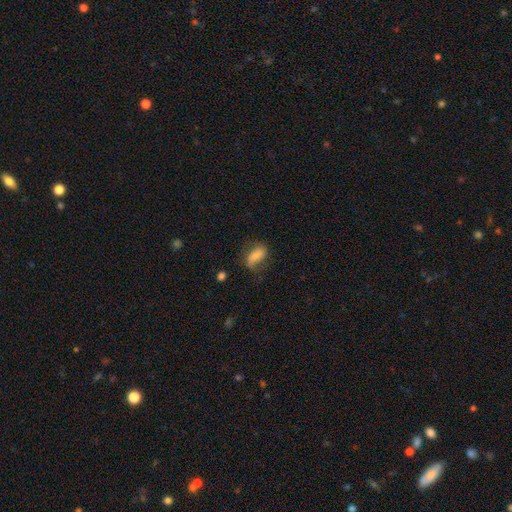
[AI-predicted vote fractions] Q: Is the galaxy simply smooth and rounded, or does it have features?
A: smooth — 69%.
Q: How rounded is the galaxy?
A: in between — 81%.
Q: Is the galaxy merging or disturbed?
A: none — 53%.